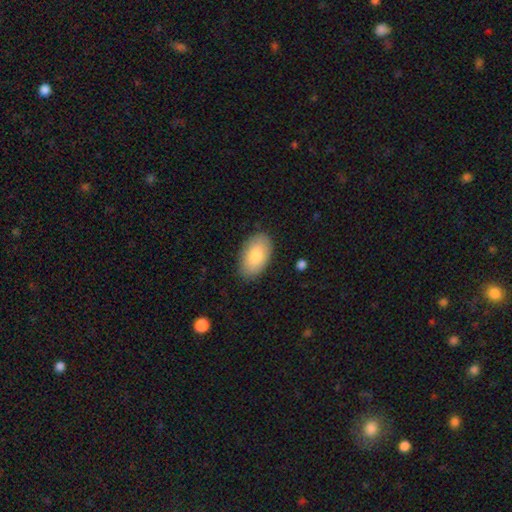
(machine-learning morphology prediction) smooth-or-featured: smooth: 81% | featured or disk: 13% | star or artifact: 6%
  how-rounded: in between: 95% | round: 4% | cigar-shaped: 1%
  merging: none: 87% | minor disturbance: 10% | major disturbance: 2% | merger: 1%